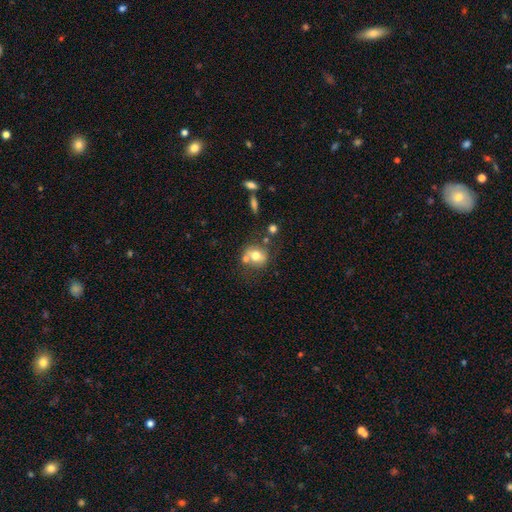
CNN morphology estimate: Smooth or featured: smooth — 66% (featured or disk — 23%)
How rounded: round — 63% (in between — 35%)
Merging: none — 54% (merger — 24%)